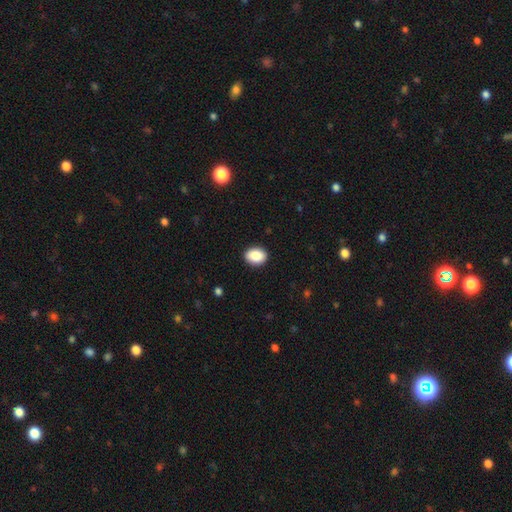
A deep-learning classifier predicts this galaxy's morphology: A smooth galaxy with no disk features (88%) that is in between round and cigar-shaped (63%). Merging: none (90%).